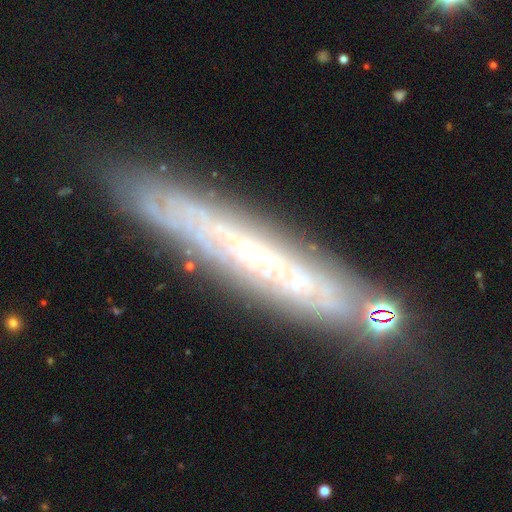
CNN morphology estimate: The model was most divided on "edge-on disk": yes: 55%, no: 45%. More confident: merging — none (78%); smooth or featured — featured or disk (75%).